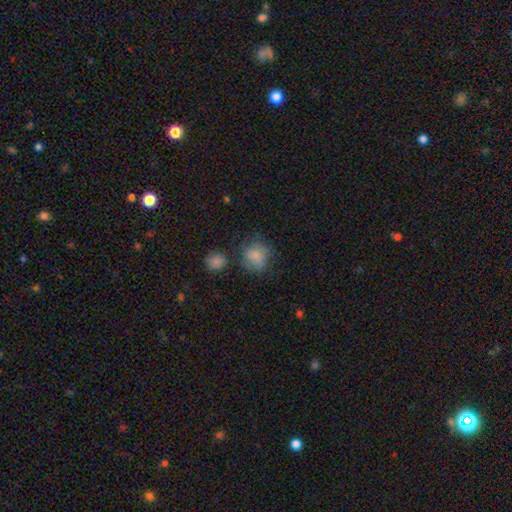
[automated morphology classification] Overall: smooth (80%). How rounded: round (76%). Merging: none (61%).